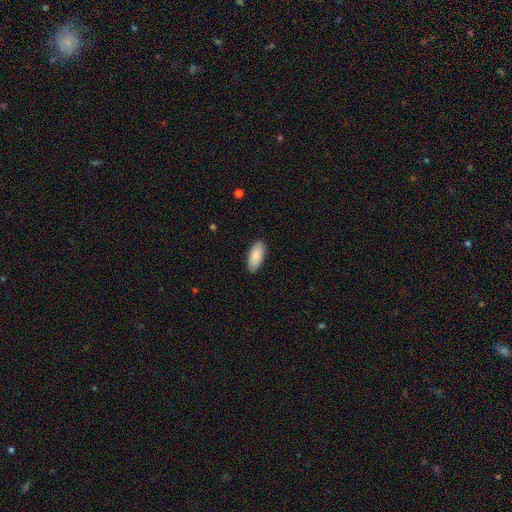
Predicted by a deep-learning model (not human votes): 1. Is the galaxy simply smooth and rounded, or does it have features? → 88% smooth, 6% featured or disk, 5% star or artifact.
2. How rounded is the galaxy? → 88% in between, 10% cigar-shaped, 2% round.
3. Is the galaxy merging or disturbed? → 88% none, 9% minor disturbance, 2% major disturbance, 1% merger.